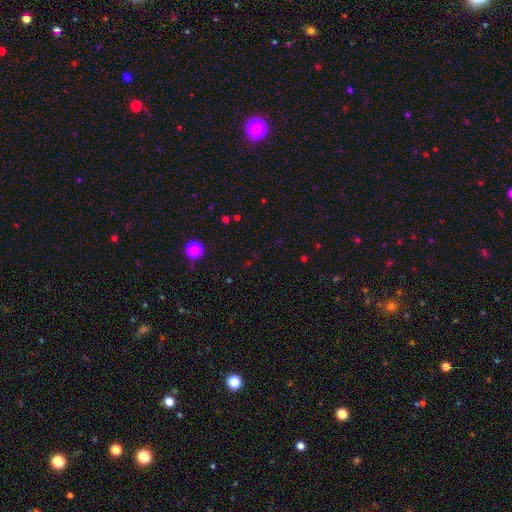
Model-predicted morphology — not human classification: type=star or artifact (60%).